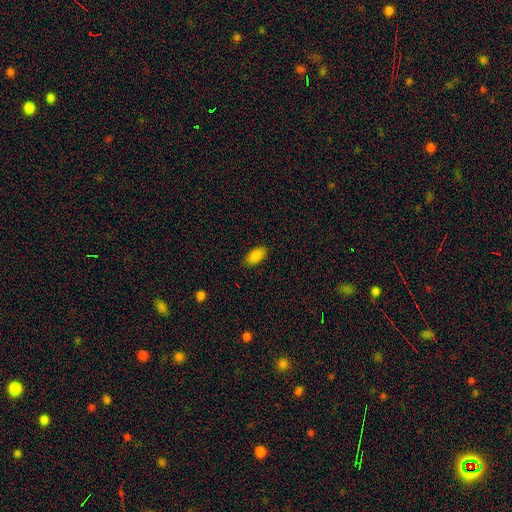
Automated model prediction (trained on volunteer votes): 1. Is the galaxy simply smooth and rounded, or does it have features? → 87% smooth, 8% star or artifact, 5% featured or disk.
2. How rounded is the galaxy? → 93% in between, 4% cigar-shaped, 3% round.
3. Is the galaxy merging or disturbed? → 83% none, 14% minor disturbance, 3% major disturbance, 1% merger.